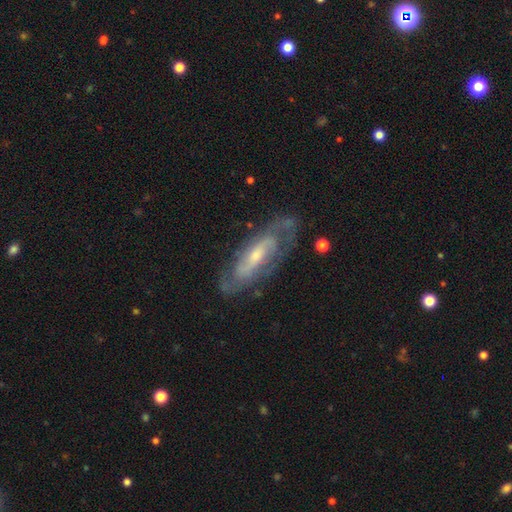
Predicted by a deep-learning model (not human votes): Q: Smooth or featured?
A: featured or disk (81%); runner-up: smooth (13%)
Q: Edge-on disk?
A: no (83%); runner-up: yes (17%)
Q: Bar?
A: no (41%); runner-up: weak (38%)
Q: Spiral arms?
A: yes (87%); runner-up: no (13%)
Q: Spiral winding?
A: tight (48%); runner-up: medium (39%)
Q: Spiral arm count?
A: 2 (55%); runner-up: can't tell (31%)
Q: Bulge size?
A: small (50%); runner-up: moderate (42%)
Q: Merging?
A: none (73%); runner-up: minor disturbance (17%)